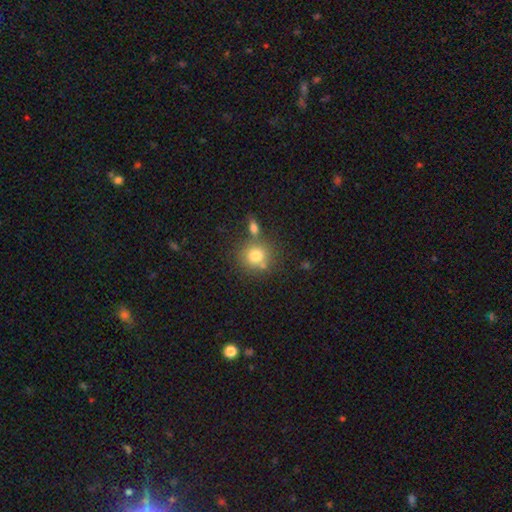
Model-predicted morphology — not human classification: This appears to be a smooth galaxy with no disk features (76%) that is round (86%). Merging: none (63%).